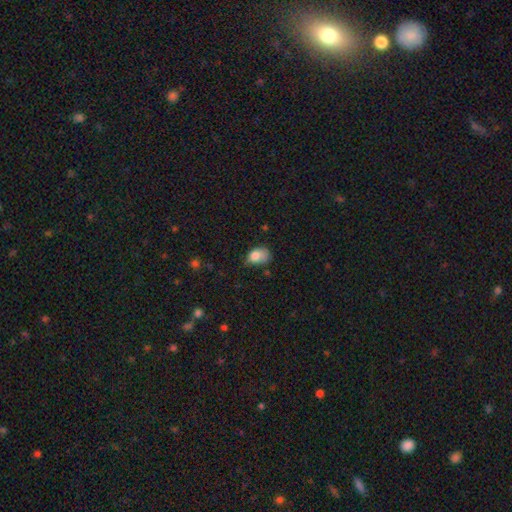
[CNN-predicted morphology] Overall: smooth (81%). How rounded: in between (77%). Merging: minor disturbance (42%; none 34%).